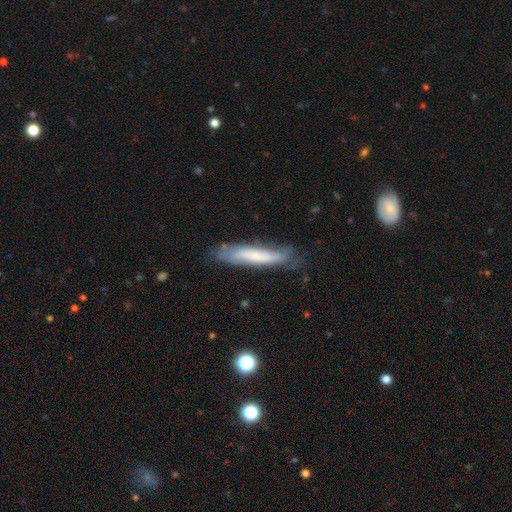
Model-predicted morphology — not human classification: Smooth or featured? Predicted: smooth (p=0.55). How rounded? Predicted: cigar-shaped (p=0.88). Merging? Predicted: none (p=0.70).